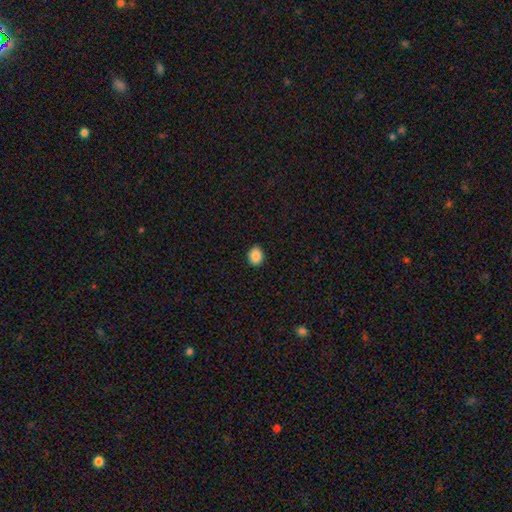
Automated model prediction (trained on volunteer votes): The model was most divided on "how rounded": round: 50%, in between: 49%, cigar-shaped: 1%. More confident: merging — none (90%); smooth or featured — smooth (87%).